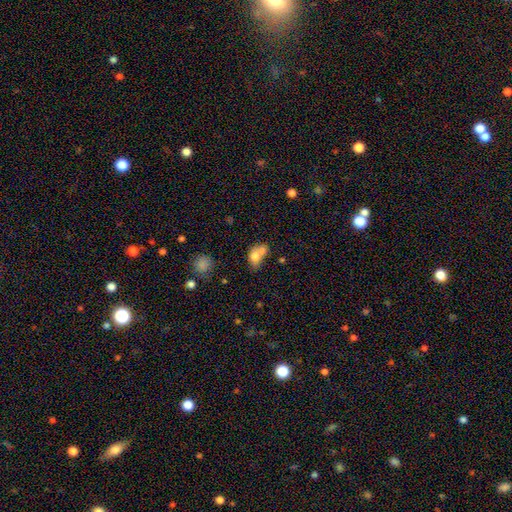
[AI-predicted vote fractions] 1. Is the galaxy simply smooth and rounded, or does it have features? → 72% smooth, 18% featured or disk, 11% star or artifact.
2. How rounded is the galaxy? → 64% in between, 34% round, 2% cigar-shaped.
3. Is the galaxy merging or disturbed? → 59% merger, 23% none, 11% minor disturbance, 7% major disturbance.